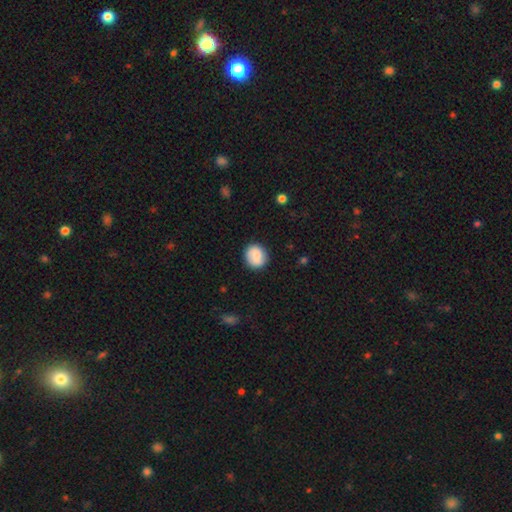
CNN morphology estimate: The model was most divided on "how rounded": round: 79%, in between: 19%, cigar-shaped: 1%. More confident: merging — none (84%); smooth or featured — smooth (78%).